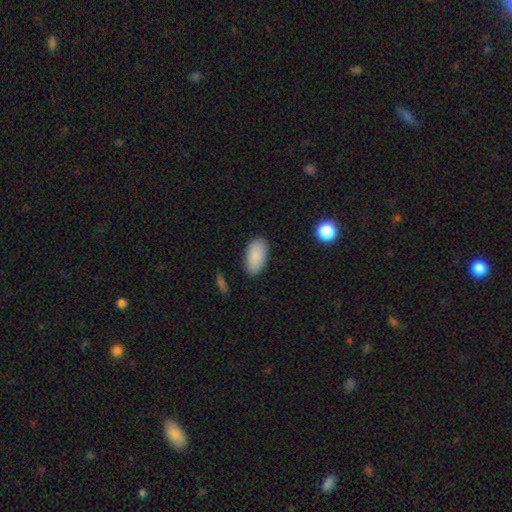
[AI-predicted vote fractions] Q: Smooth or featured?
A: smooth (89%); runner-up: star or artifact (6%)
Q: How rounded?
A: in between (95%); runner-up: round (3%)
Q: Merging?
A: none (85%); runner-up: minor disturbance (11%)